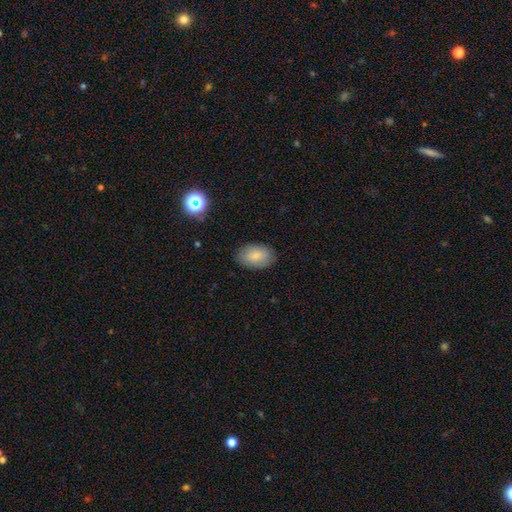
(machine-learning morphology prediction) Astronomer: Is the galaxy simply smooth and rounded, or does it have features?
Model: smooth — 82%.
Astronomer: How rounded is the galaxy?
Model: in between — 89%.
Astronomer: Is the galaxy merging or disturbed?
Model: none — 85%.